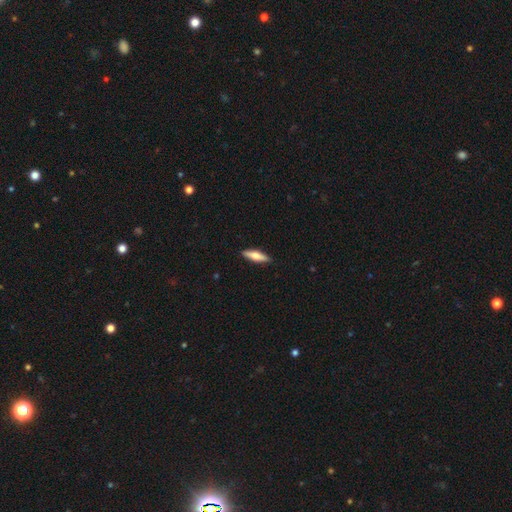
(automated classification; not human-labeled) Smooth or featured?
  - smooth: 59% *
  - featured or disk: 35%
  - star or artifact: 6%
How rounded?
  - cigar-shaped: 67% *
  - in between: 31%
  - round: 2%
Merging?
  - none: 90% *
  - minor disturbance: 8%
  - major disturbance: 2%
  - merger: 1%